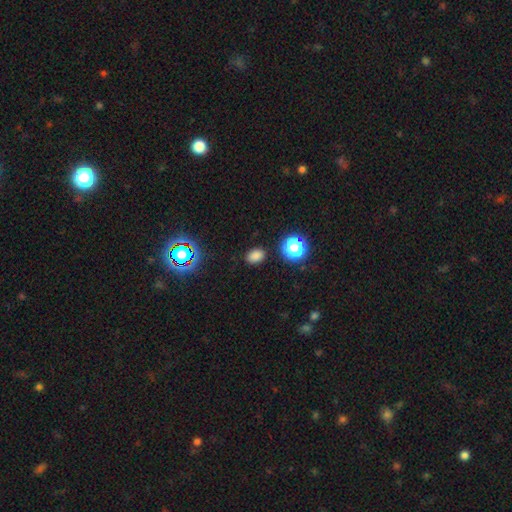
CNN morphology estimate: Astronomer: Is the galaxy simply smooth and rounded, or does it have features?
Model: smooth — 78%.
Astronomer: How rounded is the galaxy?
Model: in between — 71%.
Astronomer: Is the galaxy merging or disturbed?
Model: none — 87%.